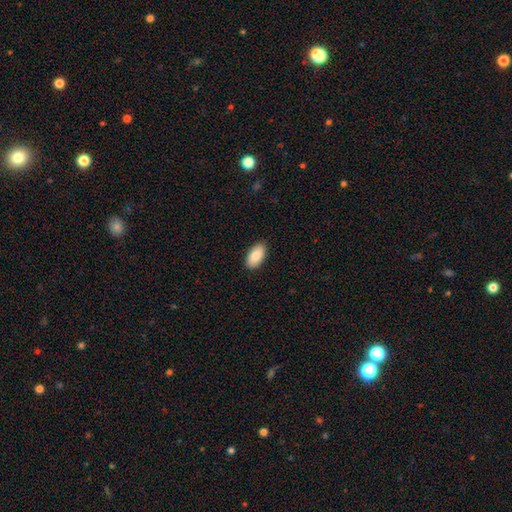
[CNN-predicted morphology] Overall: smooth (88%). How rounded: in between (95%). Merging: none (89%).